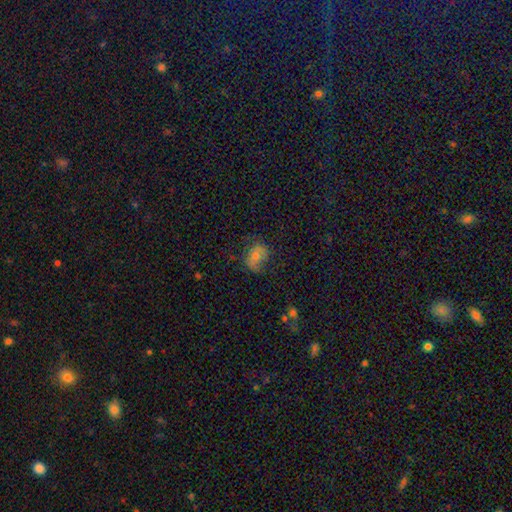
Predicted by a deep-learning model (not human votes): The model was most divided on "merging": none: 59%, minor disturbance: 26%, major disturbance: 13%, merger: 2%. More confident: how rounded — in between (68%); smooth or featured — smooth (60%).